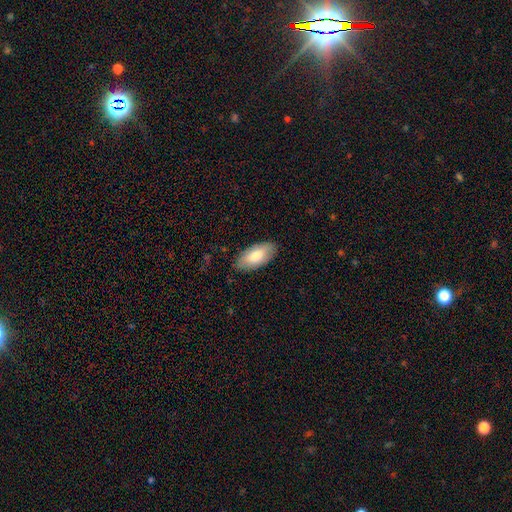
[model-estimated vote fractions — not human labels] Smooth or featured: smooth — 80% (featured or disk — 15%)
How rounded: in between — 92% (cigar-shaped — 6%)
Merging: none — 85% (minor disturbance — 12%)